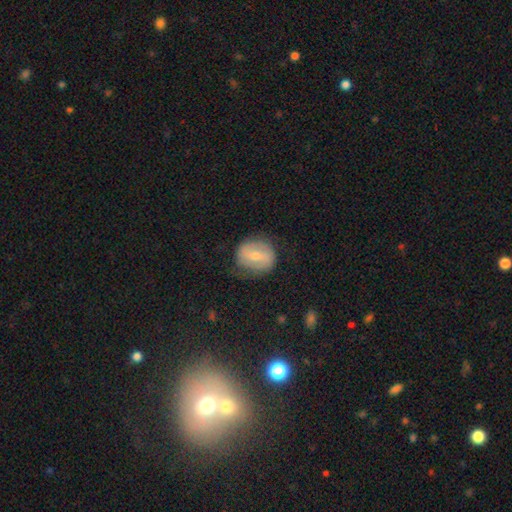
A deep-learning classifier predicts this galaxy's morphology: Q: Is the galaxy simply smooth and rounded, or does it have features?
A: featured or disk — 49%.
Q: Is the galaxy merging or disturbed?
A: none — 70%.